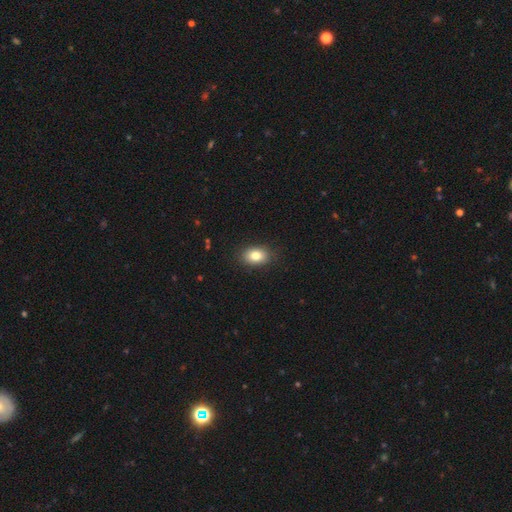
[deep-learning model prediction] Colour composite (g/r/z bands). It shows a smooth galaxy with no disk features (82%) that is in between round and cigar-shaped (79%). Merging: none (87%).